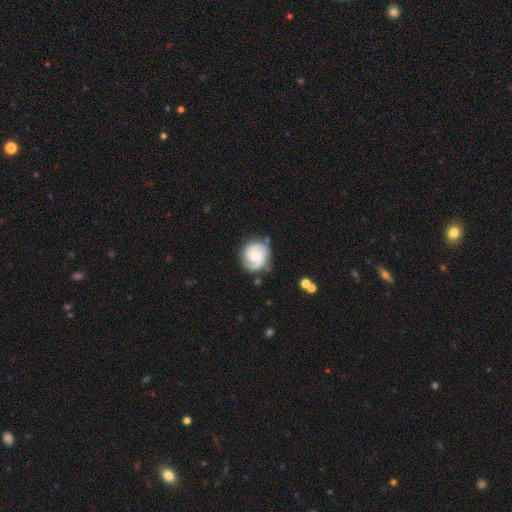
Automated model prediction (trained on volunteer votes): Q: Smooth or featured?
A: featured or disk (79%); runner-up: smooth (16%)
Q: Edge-on disk?
A: no (98%); runner-up: yes (2%)
Q: Bar?
A: no (67%); runner-up: weak (28%)
Q: Spiral arms?
A: yes (96%); runner-up: no (4%)
Q: Spiral winding?
A: tight (58%); runner-up: medium (33%)
Q: Spiral arm count?
A: 2 (59%); runner-up: 1 (16%)
Q: Bulge size?
A: moderate (47%); runner-up: small (46%)
Q: Merging?
A: none (69%); runner-up: minor disturbance (21%)